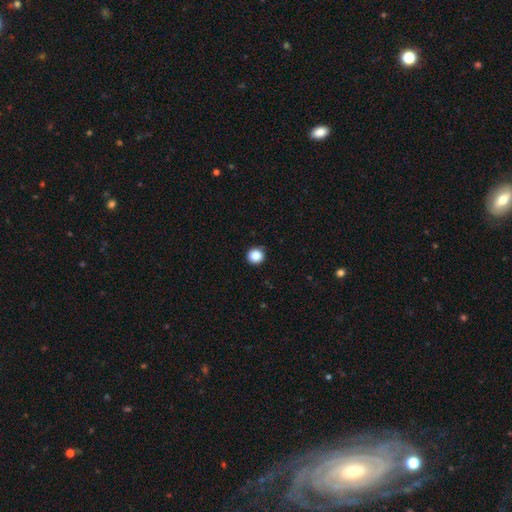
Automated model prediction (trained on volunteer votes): Q: Smooth or featured?
A: smooth (87%); runner-up: star or artifact (10%)
Q: How rounded?
A: round (94%); runner-up: in between (5%)
Q: Merging?
A: none (92%); runner-up: minor disturbance (6%)